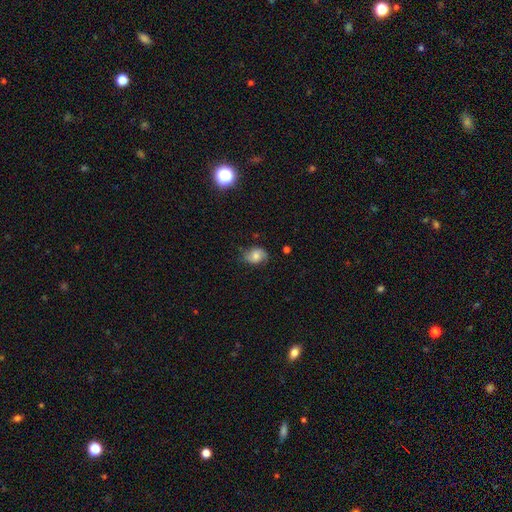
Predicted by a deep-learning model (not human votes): A smooth galaxy with no disk features (52%) that is in between round and cigar-shaped (65%). Merging: none (68%).